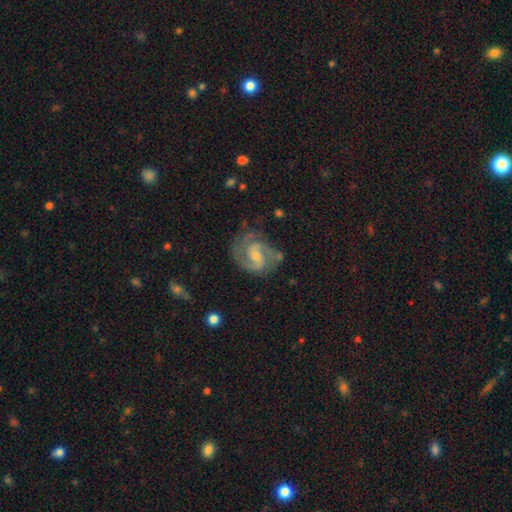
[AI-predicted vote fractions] Morphology: type=featured or disk (88%); edge-on=no (98%); bar=weak (46%); spiral arms=yes (97%); winding=medium (54%); arm count=2 (75%); bulge=small (57%); merging=none (67%).